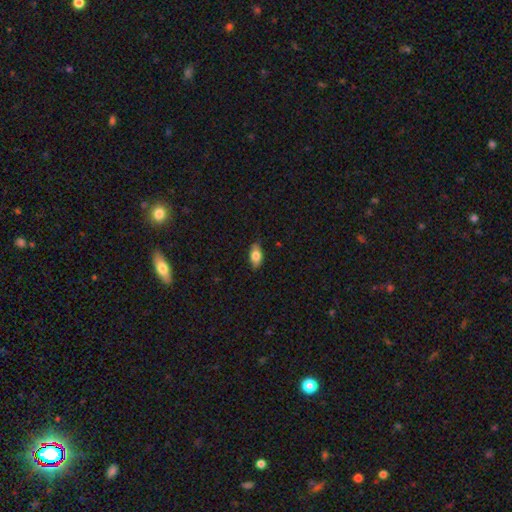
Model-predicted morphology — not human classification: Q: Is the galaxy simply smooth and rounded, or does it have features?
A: smooth — 78%.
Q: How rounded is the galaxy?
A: in between — 88%.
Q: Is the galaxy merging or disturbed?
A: none — 84%.